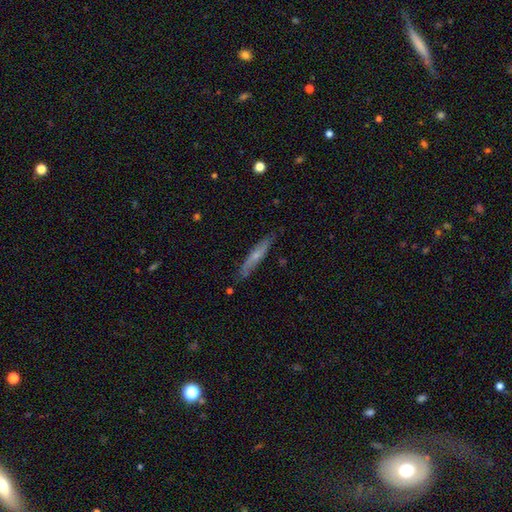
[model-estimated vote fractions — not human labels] Smooth or featured? featured or disk (48%)
Merging? none (81%)